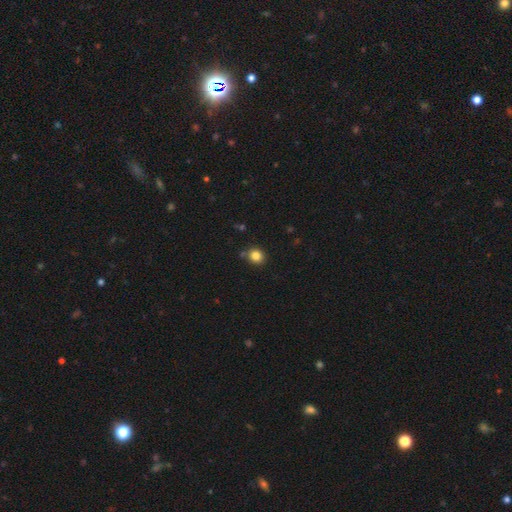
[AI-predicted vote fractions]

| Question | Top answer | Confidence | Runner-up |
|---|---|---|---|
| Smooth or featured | smooth | 84% | star or artifact (11%) |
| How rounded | round | 76% | in between (24%) |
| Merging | none | 82% | minor disturbance (10%) |